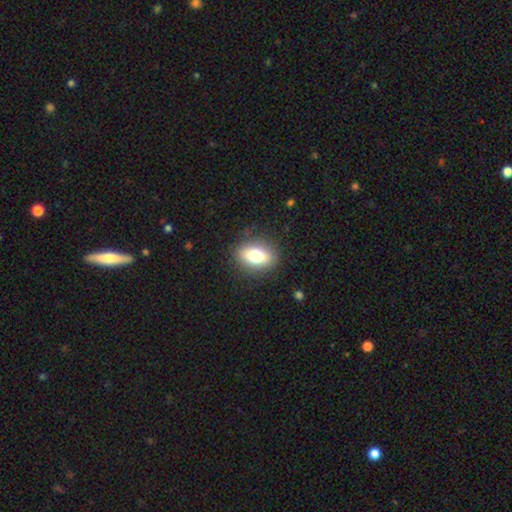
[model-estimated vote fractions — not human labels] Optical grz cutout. It shows a smooth galaxy with no disk features (73%) that is in between round and cigar-shaped (77%). Merging: none (87%).